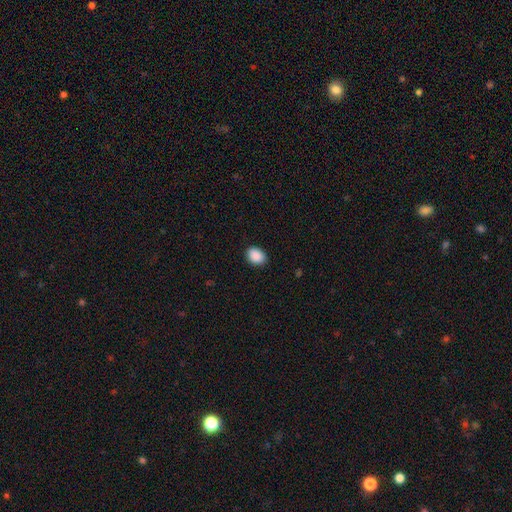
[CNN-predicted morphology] Smooth or featured? smooth (90%)
How rounded? in between (71%)
Merging? none (88%)